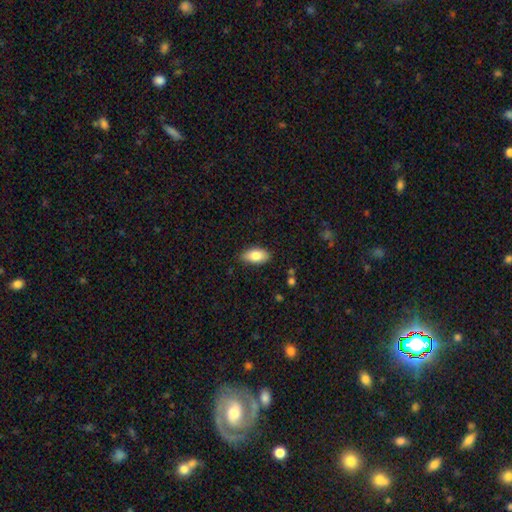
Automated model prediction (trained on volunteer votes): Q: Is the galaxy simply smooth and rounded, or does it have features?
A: smooth — 81%.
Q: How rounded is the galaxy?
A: in between — 92%.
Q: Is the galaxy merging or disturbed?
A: none — 83%.